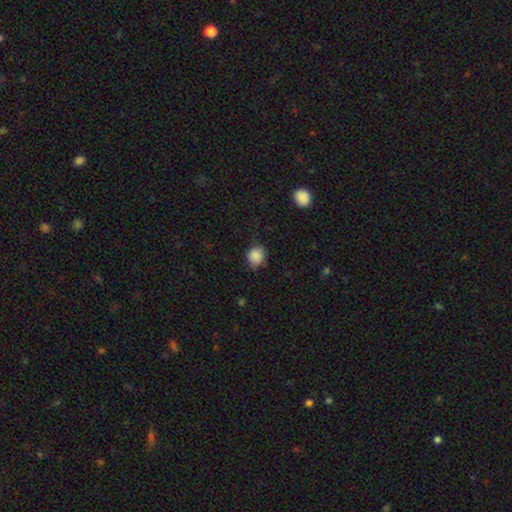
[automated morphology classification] type=smooth (85%); roundness=round (69%); merging=none (63%).